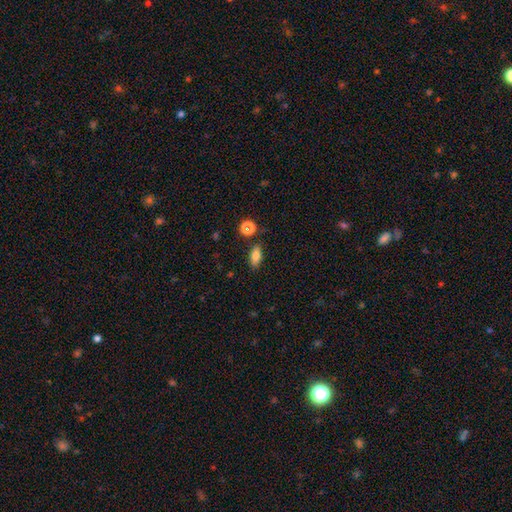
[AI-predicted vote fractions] A smooth galaxy with no disk features (78%) that is in between round and cigar-shaped (79%).

Vote fractions:
- Smooth or featured? smooth: 78% / star or artifact: 11% / featured or disk: 11%
- How rounded? in between: 79% / cigar-shaped: 13% / round: 8%
- Merging? none: 82% / minor disturbance: 11% / merger: 4% / major disturbance: 3%